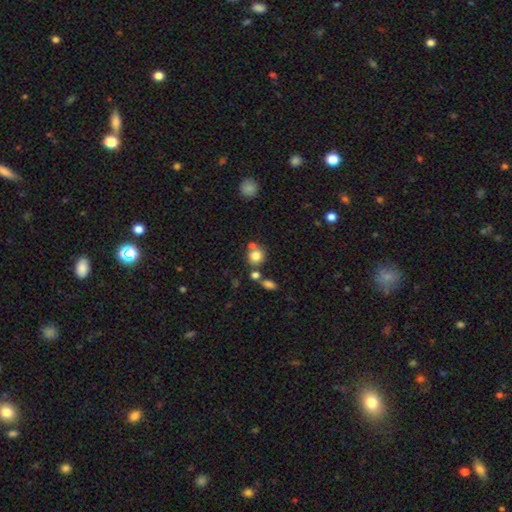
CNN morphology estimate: type=smooth (80%); roundness=round (83%); merging=none (59%).